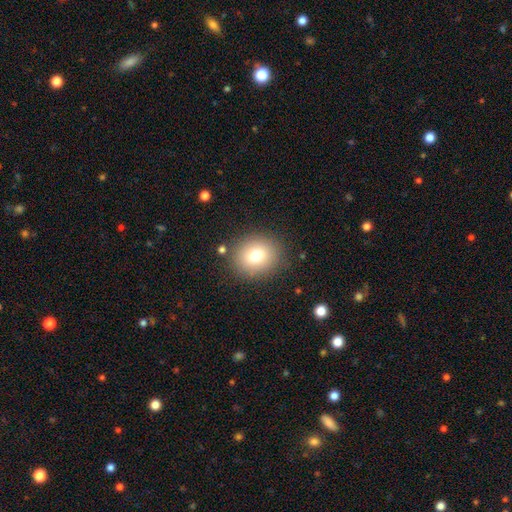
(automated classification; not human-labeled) Smooth or featured? Predicted: smooth (p=0.76). How rounded? Predicted: round (p=0.75). Merging? Predicted: none (p=0.85).